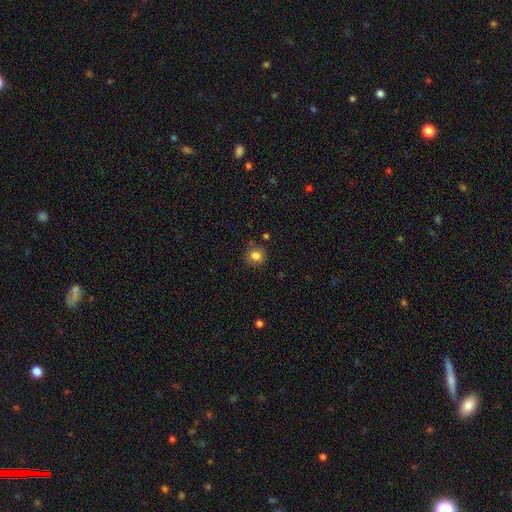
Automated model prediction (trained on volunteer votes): smooth_or_featured: smooth (p=0.82) [alt: star or artifact p=0.11]
how_rounded: round (p=0.82) [alt: in between p=0.17]
merging: none (p=0.82) [alt: minor disturbance p=0.13]